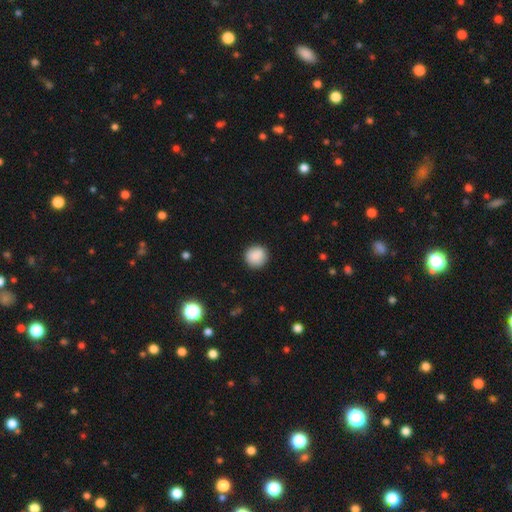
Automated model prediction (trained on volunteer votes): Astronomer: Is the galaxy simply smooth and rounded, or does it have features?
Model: smooth — 88%.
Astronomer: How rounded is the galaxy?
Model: round — 92%.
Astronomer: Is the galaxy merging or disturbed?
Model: none — 90%.